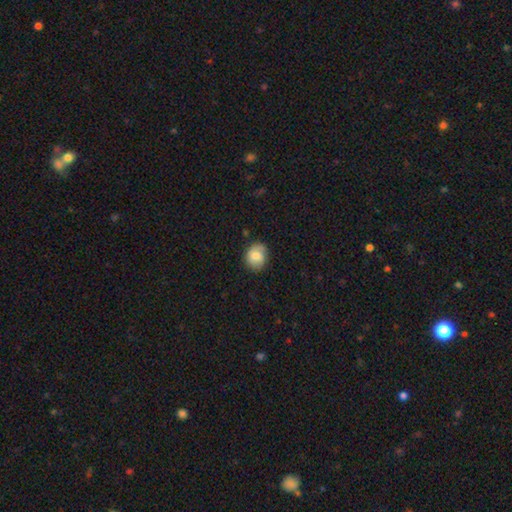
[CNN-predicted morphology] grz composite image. It shows a smooth galaxy with no disk features (65%) that is round (58%). Merging: none (75%).